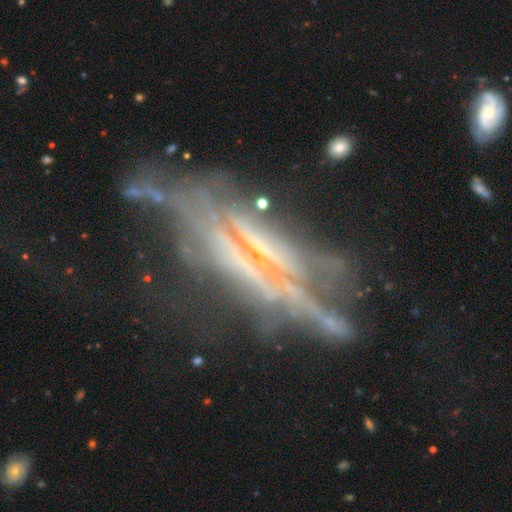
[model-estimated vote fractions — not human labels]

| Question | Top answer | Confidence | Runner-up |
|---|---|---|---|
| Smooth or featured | featured or disk | 77% | star or artifact (13%) |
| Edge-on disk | yes | 69% | no (31%) |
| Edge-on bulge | none | 44% | rounded (33%) |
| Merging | none | 42% | major disturbance (27%) |